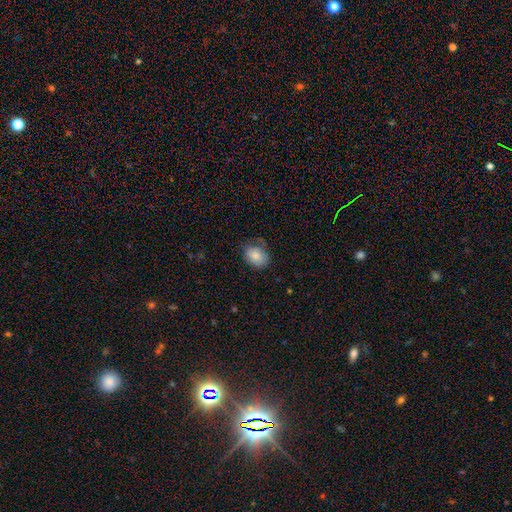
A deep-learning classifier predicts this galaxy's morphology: Smooth or featured? smooth (83%)
How rounded? in between (67%)
Merging? none (60%)